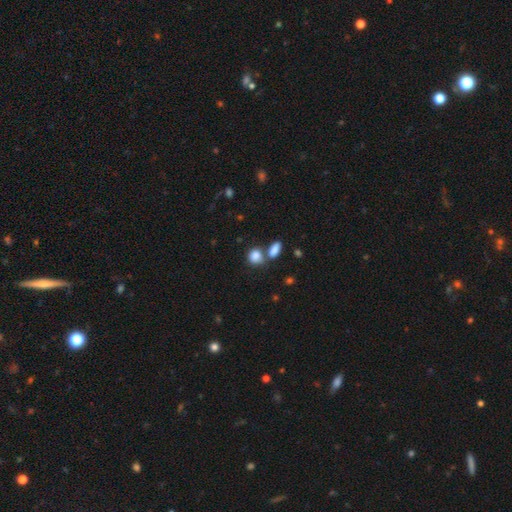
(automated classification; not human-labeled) Morphology: type=smooth (85%); roundness=round (55%); merging=none (49%).